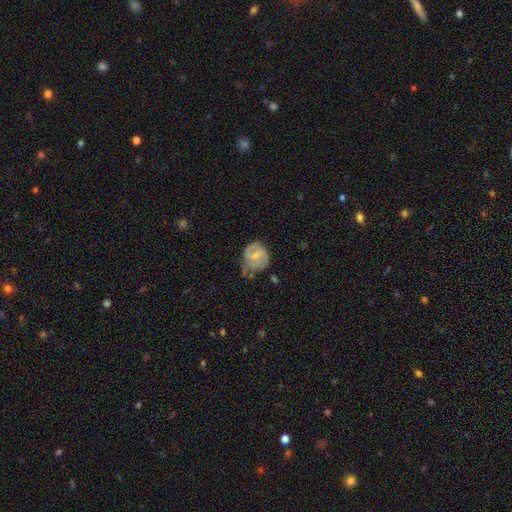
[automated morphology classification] Smooth or featured?
  - smooth: 49% *
  - featured or disk: 45%
  - star or artifact: 7%
Merging?
  - minor disturbance: 39% *
  - none: 38%
  - major disturbance: 18%
  - merger: 5%